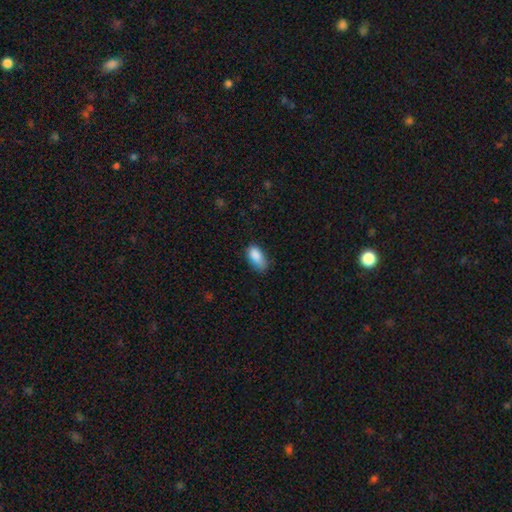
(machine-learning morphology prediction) This is clearly a smooth galaxy (86%). How rounded: clearly in between (91%). Merging: possibly none (57%).